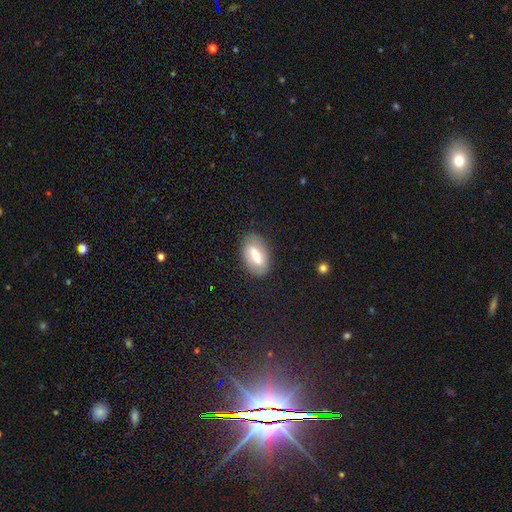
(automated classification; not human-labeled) A smooth galaxy with no disk features (55%) that is in between round and cigar-shaped (91%).

Vote fractions:
- Smooth or featured? smooth: 55% / featured or disk: 38% / star or artifact: 7%
- How rounded? in between: 91% / round: 6% / cigar-shaped: 3%
- Merging? none: 85% / minor disturbance: 11% / major disturbance: 3% / merger: 1%